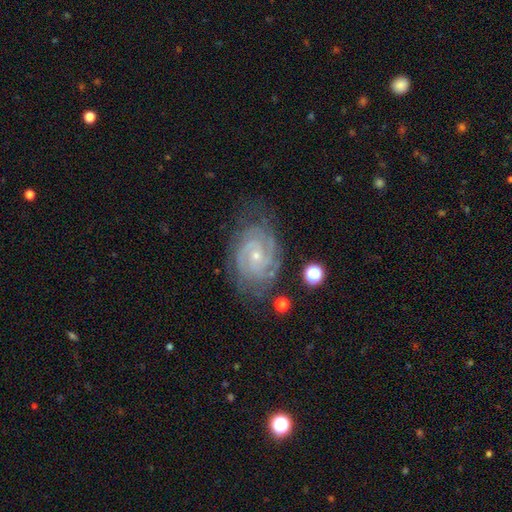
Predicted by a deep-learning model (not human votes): Smooth or featured? Predicted: featured or disk (p=0.90). Edge-on disk? Predicted: no (p=0.98). Bar? Predicted: no (p=0.67). Spiral arms? Predicted: yes (p=0.98). Spiral winding? Predicted: tight (p=0.74). Spiral arm count? Predicted: 2 (p=0.39). Bulge size? Predicted: small (p=0.78). Merging? Predicted: none (p=0.72).